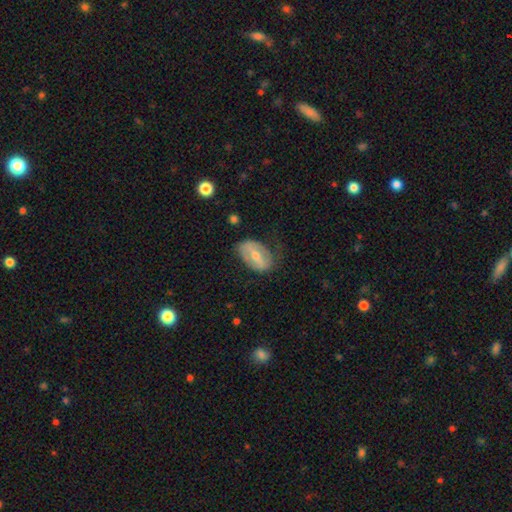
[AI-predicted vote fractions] Smooth or featured? Predicted: featured or disk (p=0.61). Edge-on disk? Predicted: no (p=0.90). Bar? Predicted: strong (p=0.53). Spiral arms? Predicted: no (p=0.55). Bulge size? Predicted: moderate (p=0.52). Merging? Predicted: none (p=0.61).